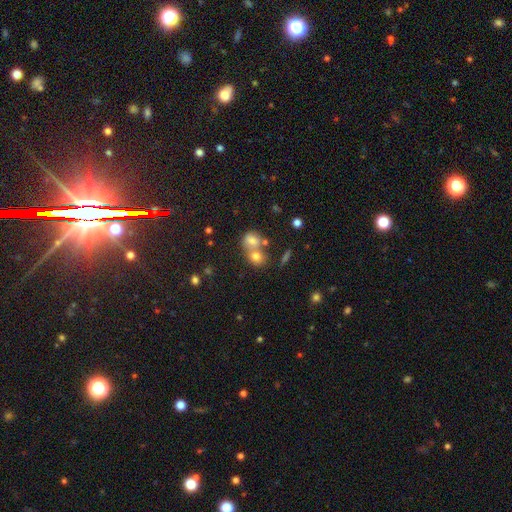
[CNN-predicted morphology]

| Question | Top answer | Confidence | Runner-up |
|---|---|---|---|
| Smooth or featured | smooth | 70% | featured or disk (15%) |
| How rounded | round | 65% | in between (34%) |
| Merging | merger | 56% | none (33%) |